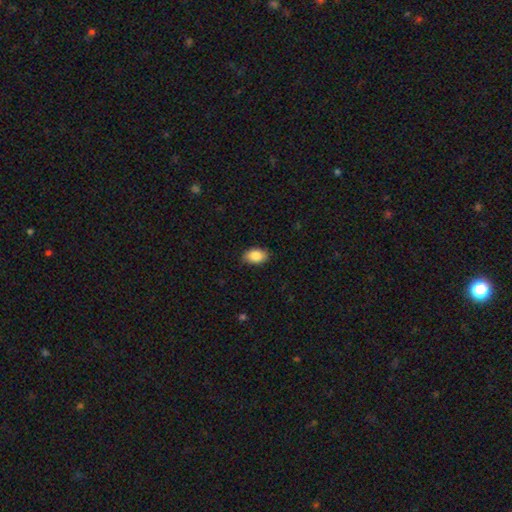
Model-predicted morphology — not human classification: This is clearly a smooth galaxy (86%). How rounded: clearly in between (88%). Merging: clearly none (83%).